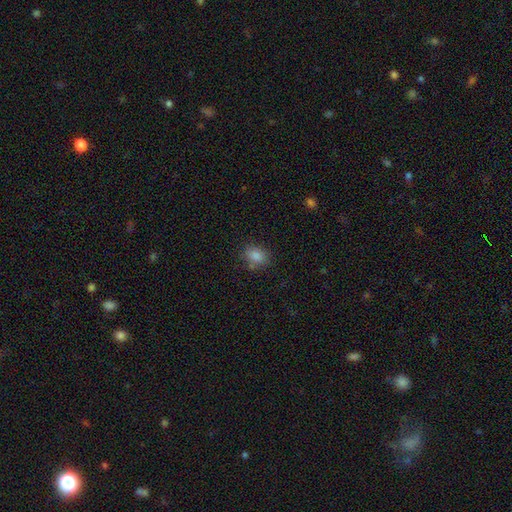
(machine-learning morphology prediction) The model was most divided on "how rounded": in between: 58%, round: 41%, cigar-shaped: 1%. More confident: smooth or featured — smooth (82%); merging — none (78%).